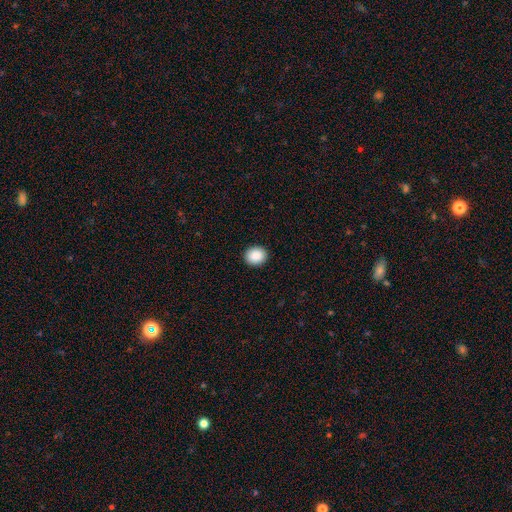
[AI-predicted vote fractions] Smooth or featured?
  - smooth: 90% *
  - star or artifact: 8%
  - featured or disk: 3%
How rounded?
  - round: 72% *
  - in between: 28%
  - cigar-shaped: 1%
Merging?
  - none: 92% *
  - minor disturbance: 5%
  - major disturbance: 2%
  - merger: 1%